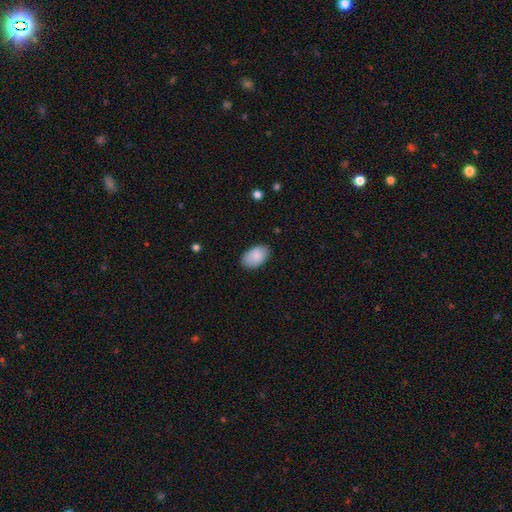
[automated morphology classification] Smooth or featured?
  - smooth: 89% *
  - star or artifact: 6%
  - featured or disk: 5%
How rounded?
  - in between: 93% *
  - round: 6%
  - cigar-shaped: 1%
Merging?
  - none: 83% *
  - minor disturbance: 13%
  - major disturbance: 3%
  - merger: 1%